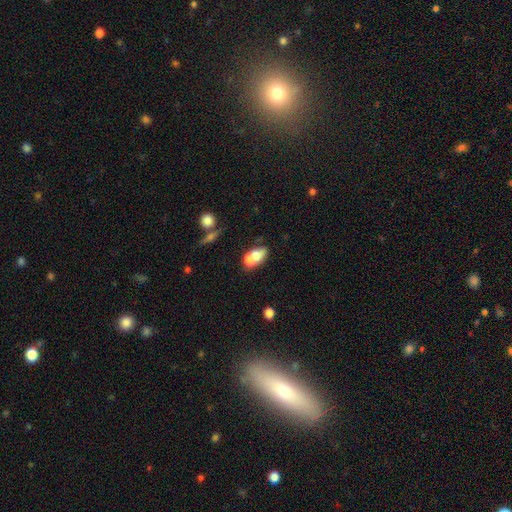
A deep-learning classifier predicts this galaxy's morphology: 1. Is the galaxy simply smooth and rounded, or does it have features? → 62% smooth, 28% featured or disk, 10% star or artifact.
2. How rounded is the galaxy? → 73% in between, 23% round, 4% cigar-shaped.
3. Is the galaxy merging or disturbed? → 59% merger, 27% none, 9% minor disturbance, 5% major disturbance.